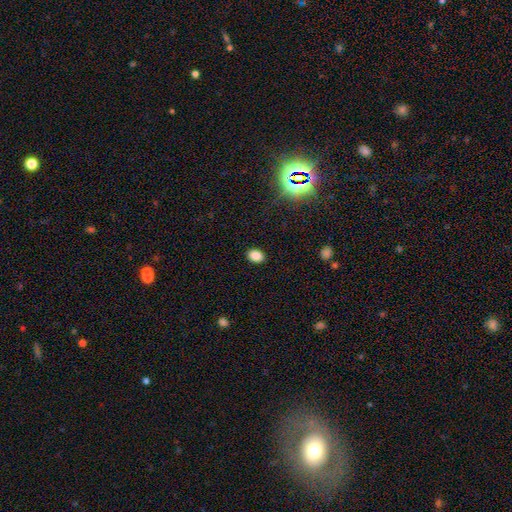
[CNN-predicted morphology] Smooth or featured?
  - smooth: 84% *
  - star or artifact: 12%
  - featured or disk: 4%
How rounded?
  - in between: 77% *
  - round: 22%
  - cigar-shaped: 1%
Merging?
  - none: 89% *
  - minor disturbance: 8%
  - major disturbance: 2%
  - merger: 1%